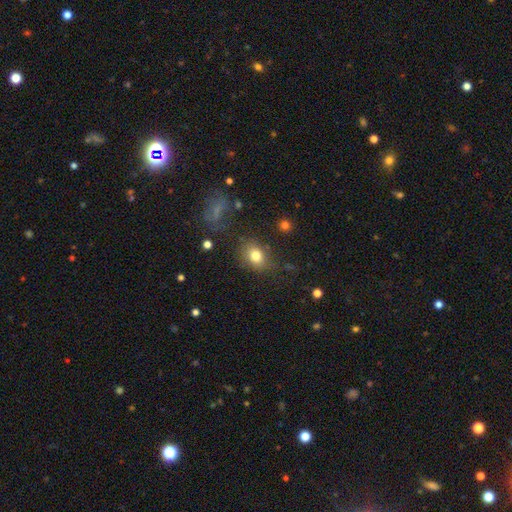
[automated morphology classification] The model was most divided on "how rounded": in between: 56%, round: 43%, cigar-shaped: 1%. More confident: smooth or featured — smooth (79%); merging — none (74%).